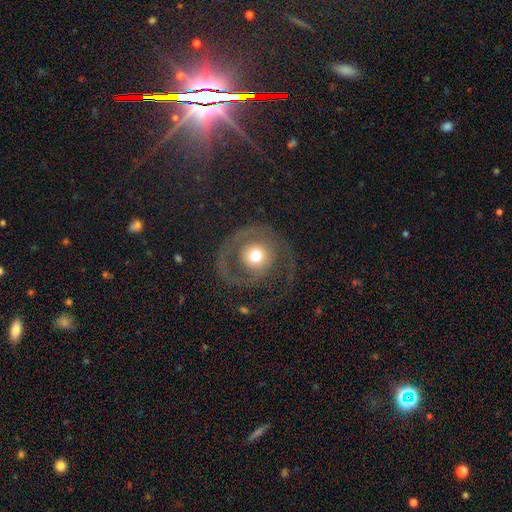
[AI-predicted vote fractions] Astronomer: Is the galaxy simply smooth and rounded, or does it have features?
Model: featured or disk — 59%.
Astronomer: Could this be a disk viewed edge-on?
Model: no — 96%.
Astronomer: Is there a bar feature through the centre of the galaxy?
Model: no — 84%.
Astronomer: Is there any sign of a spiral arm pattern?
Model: yes — 59% (runner-up: no, 41%).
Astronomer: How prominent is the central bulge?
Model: moderate — 66%.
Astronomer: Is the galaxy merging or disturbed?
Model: none — 51% (runner-up: major disturbance, 32%).